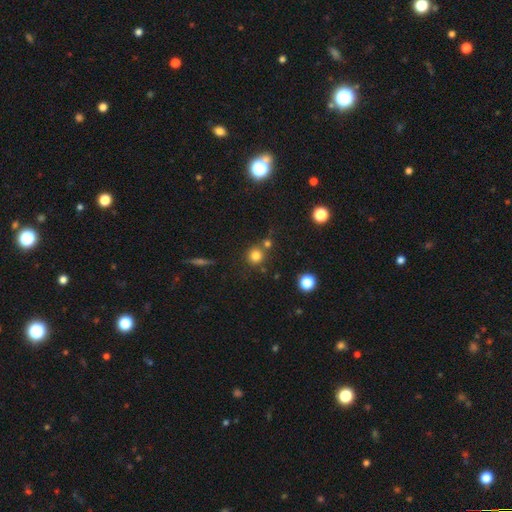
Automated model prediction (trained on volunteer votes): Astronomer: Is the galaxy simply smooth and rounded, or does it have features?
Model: smooth — 78%.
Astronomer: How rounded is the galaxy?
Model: round — 92%.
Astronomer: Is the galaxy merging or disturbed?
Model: none — 72%.